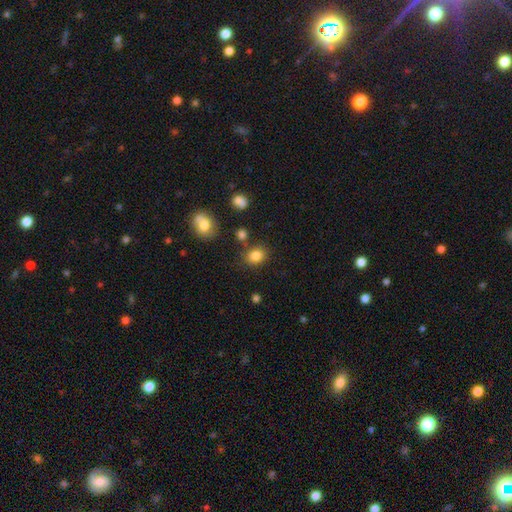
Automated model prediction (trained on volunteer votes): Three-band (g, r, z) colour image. It shows a smooth galaxy with no disk features (83%) that is round (56%). Merging: none (80%).